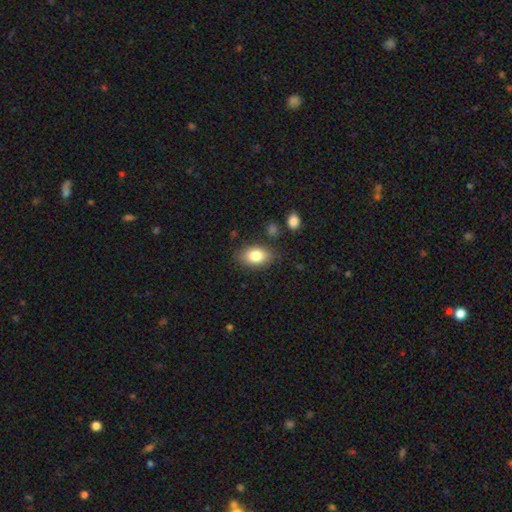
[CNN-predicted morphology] type=smooth (83%); roundness=in between (87%); merging=none (82%).